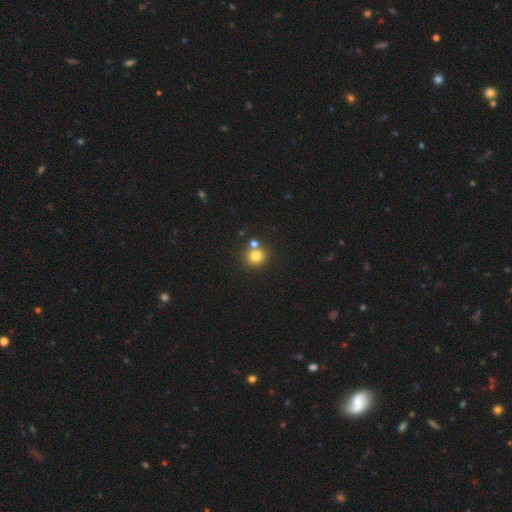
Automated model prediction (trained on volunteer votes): smooth-or-featured: smooth: 78% | star or artifact: 13% | featured or disk: 8%
  how-rounded: round: 89% | in between: 10% | cigar-shaped: 1%
  merging: none: 68% | merger: 22% | minor disturbance: 7% | major disturbance: 2%